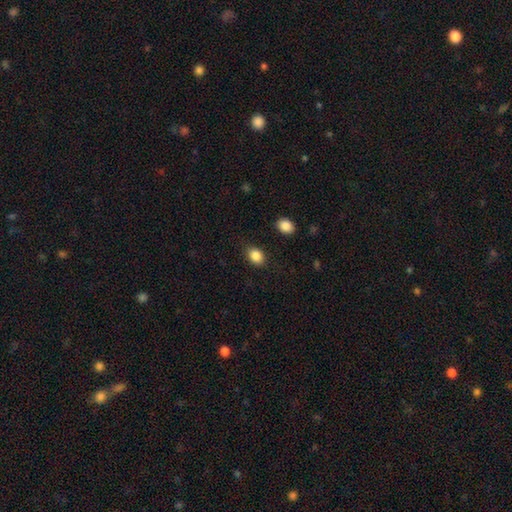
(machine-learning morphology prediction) Smooth or featured?
  - smooth: 86% *
  - star or artifact: 9%
  - featured or disk: 5%
How rounded?
  - in between: 66% *
  - round: 33%
  - cigar-shaped: 1%
Merging?
  - none: 84% *
  - minor disturbance: 11%
  - major disturbance: 3%
  - merger: 2%